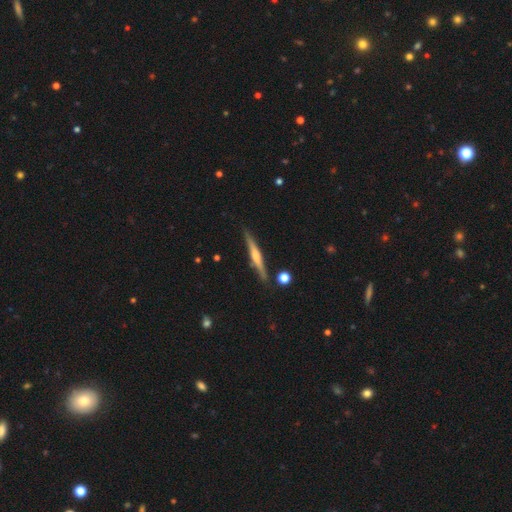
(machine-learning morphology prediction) A featured or disk galaxy (73%) viewed edge-on (98%) with a rounded central bulge (77%). Merging: none (89%).